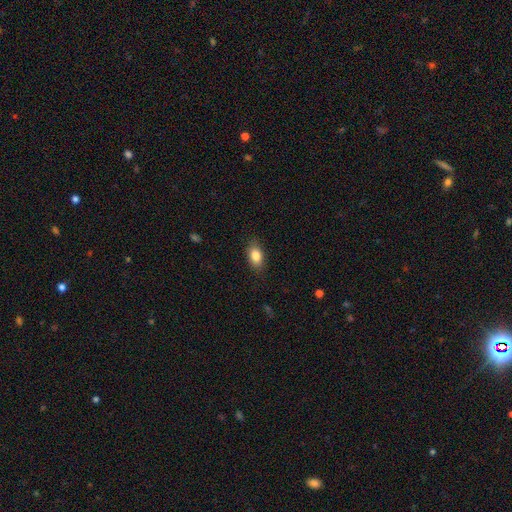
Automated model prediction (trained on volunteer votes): A smooth galaxy with no disk features (84%) that is in between round and cigar-shaped (88%).

Vote fractions:
- Smooth or featured? smooth: 84% / featured or disk: 8% / star or artifact: 8%
- How rounded? in between: 88% / round: 9% / cigar-shaped: 3%
- Merging? none: 85% / minor disturbance: 11% / major disturbance: 3% / merger: 1%